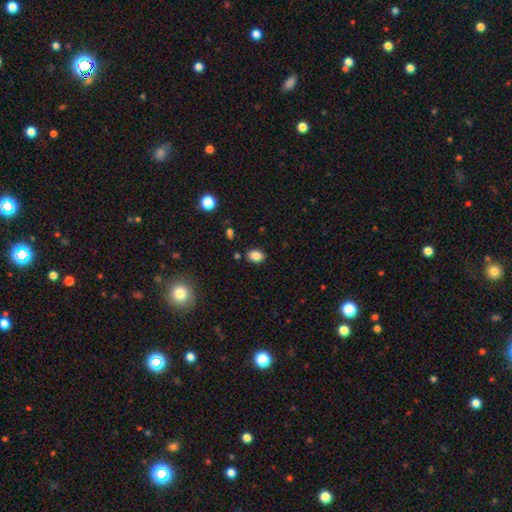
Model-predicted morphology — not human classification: Smooth or featured? smooth (85%)
How rounded? in between (75%)
Merging? none (86%)